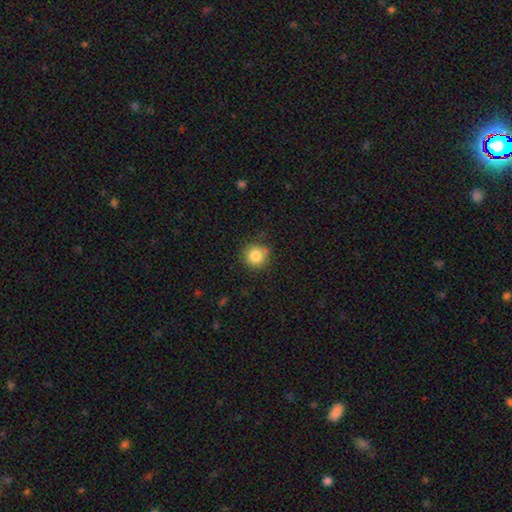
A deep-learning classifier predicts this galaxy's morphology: Q: Smooth or featured?
A: smooth (84%); runner-up: star or artifact (10%)
Q: How rounded?
A: round (93%); runner-up: in between (6%)
Q: Merging?
A: none (81%); runner-up: minor disturbance (13%)